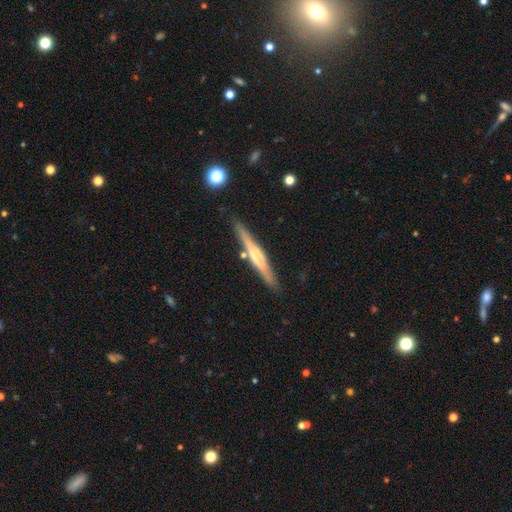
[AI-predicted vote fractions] Smooth or featured?
  - featured or disk: 67% *
  - smooth: 27%
  - star or artifact: 6%
Edge-on disk?
  - yes: 97% *
  - no: 3%
Edge-on bulge?
  - rounded: 60% *
  - boxy: 24%
  - none: 16%
Merging?
  - none: 85% *
  - minor disturbance: 10%
  - merger: 3%
  - major disturbance: 2%